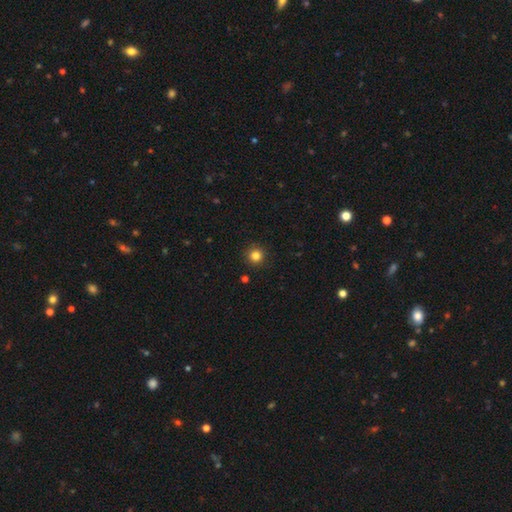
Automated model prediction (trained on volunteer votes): This is clearly a smooth galaxy (83%). How rounded: clearly round (95%). Merging: clearly none (91%).